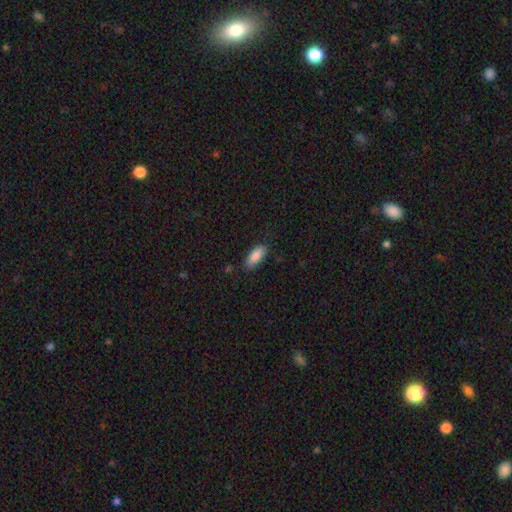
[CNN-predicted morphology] This is clearly a smooth galaxy (87%). How rounded: likely in between (78%). Merging: clearly none (82%).